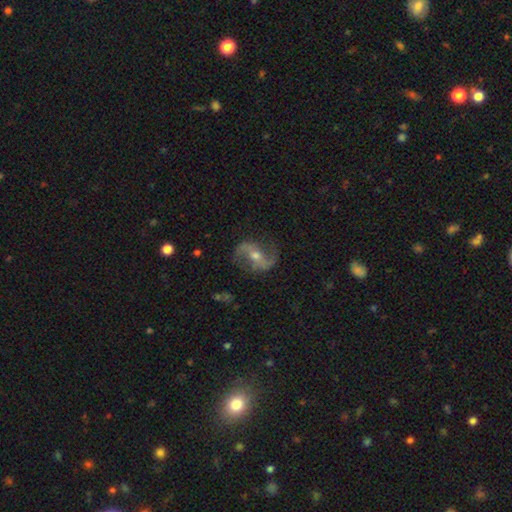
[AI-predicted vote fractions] Q: Smooth or featured?
A: featured or disk (87%); runner-up: smooth (7%)
Q: Edge-on disk?
A: no (97%); runner-up: yes (3%)
Q: Bar?
A: weak (37%); runner-up: strong (34%)
Q: Spiral arms?
A: yes (96%); runner-up: no (4%)
Q: Spiral winding?
A: loose (55%); runner-up: medium (36%)
Q: Spiral arm count?
A: 2 (93%); runner-up: can't tell (2%)
Q: Bulge size?
A: moderate (54%); runner-up: small (41%)
Q: Merging?
A: none (80%); runner-up: minor disturbance (13%)